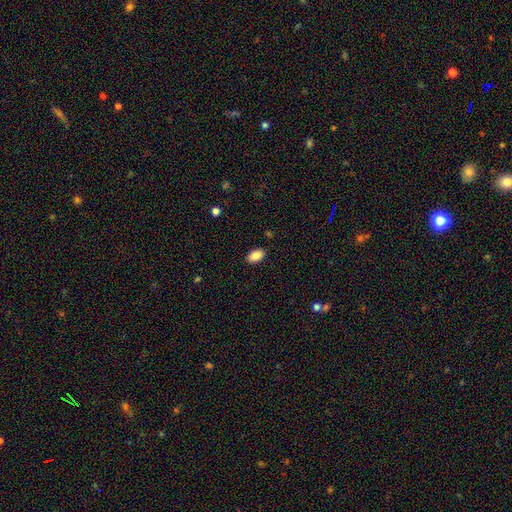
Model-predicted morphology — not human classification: Smooth or featured: smooth — 87% (star or artifact — 8%)
How rounded: in between — 92% (round — 7%)
Merging: none — 88% (minor disturbance — 9%)